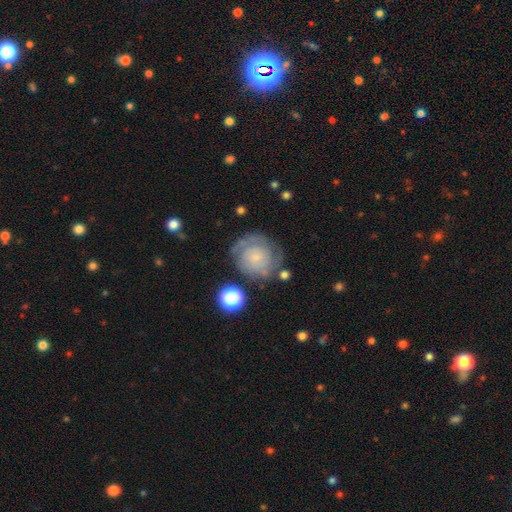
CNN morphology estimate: Overall: featured or disk (67%). Edge-on disk: no (98%). Bar: no (77%). Spiral arms: yes (89%). Spiral arm count: 2 (41%; can't tell 34%). Spiral winding: tight (68%). Bulge size: small (66%). Merging: none (69%).